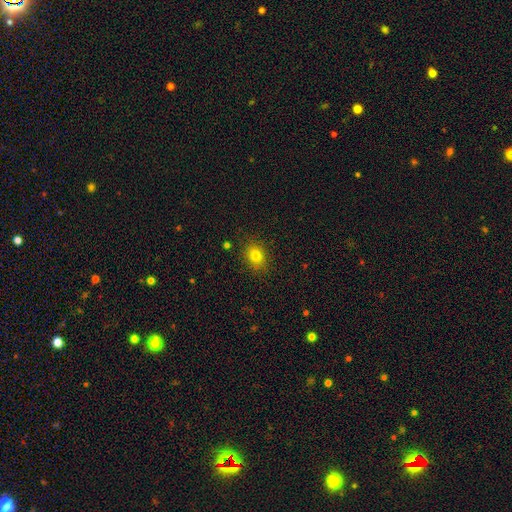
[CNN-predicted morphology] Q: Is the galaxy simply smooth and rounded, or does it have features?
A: smooth — 80%.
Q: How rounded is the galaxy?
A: in between — 53%.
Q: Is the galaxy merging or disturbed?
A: none — 87%.